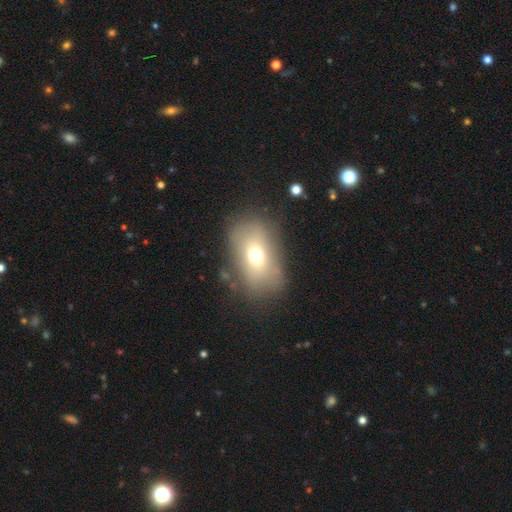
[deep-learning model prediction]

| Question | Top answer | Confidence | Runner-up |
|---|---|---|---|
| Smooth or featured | smooth | 66% | featured or disk (21%) |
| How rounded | in between | 80% | round (18%) |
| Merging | none | 73% | minor disturbance (16%) |